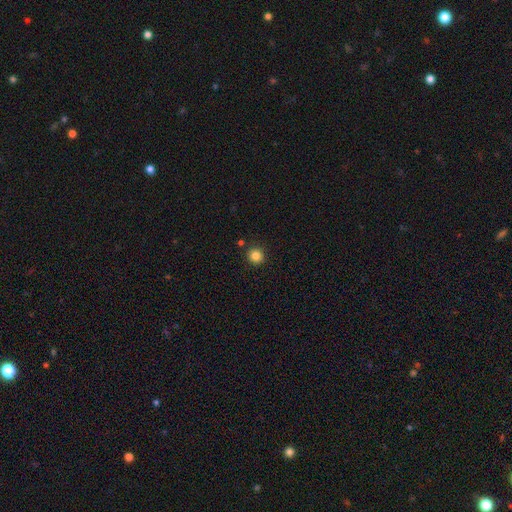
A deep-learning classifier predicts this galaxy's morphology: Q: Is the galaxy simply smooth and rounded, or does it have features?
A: smooth — 84%.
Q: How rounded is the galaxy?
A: round — 93%.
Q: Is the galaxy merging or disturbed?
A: none — 89%.